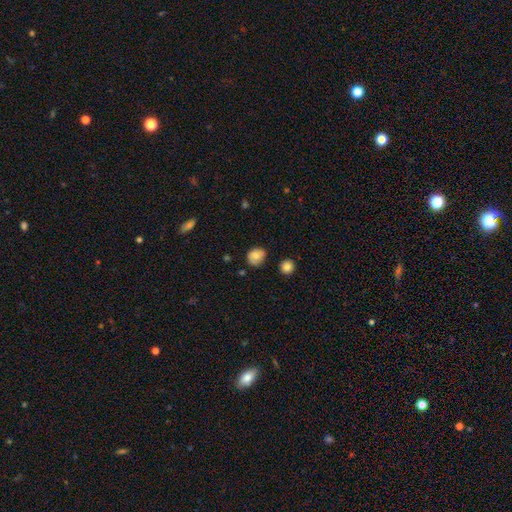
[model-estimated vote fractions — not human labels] smooth 76%, featured or disk 15%, star or artifact 9%. Down the decision tree: how rounded — round (70%); merging — none (69%).